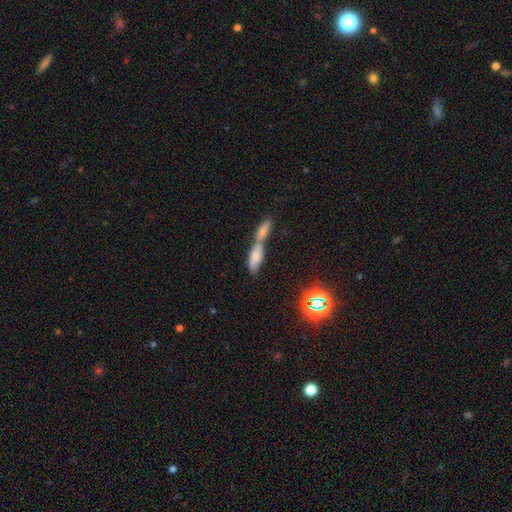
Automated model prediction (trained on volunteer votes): Smooth or featured? smooth (71%)
How rounded? in between (61%)
Merging? merger (72%)